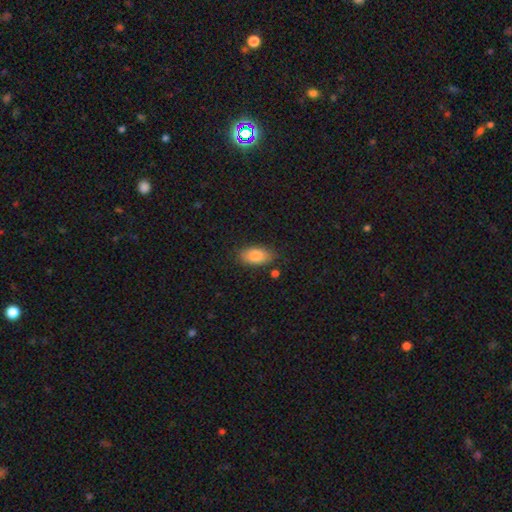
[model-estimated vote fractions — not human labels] A smooth galaxy with no disk features (84%) that is in between round and cigar-shaped (91%).

Vote fractions:
- Smooth or featured? smooth: 84% / featured or disk: 9% / star or artifact: 7%
- How rounded? in between: 91% / cigar-shaped: 5% / round: 4%
- Merging? none: 80% / minor disturbance: 14% / major disturbance: 3% / merger: 3%